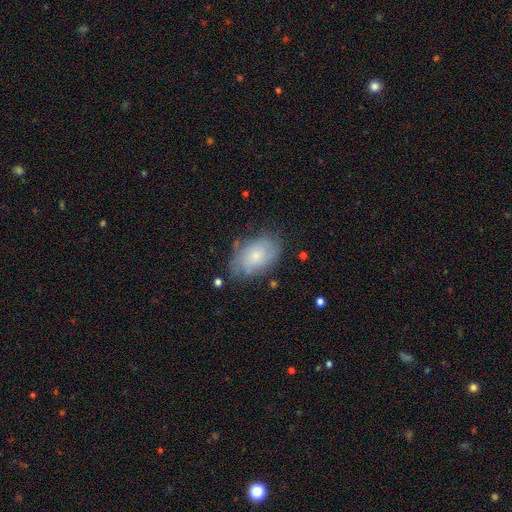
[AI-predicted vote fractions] Q: Smooth or featured?
A: smooth (54%); runner-up: featured or disk (38%)
Q: How rounded?
A: in between (91%); runner-up: round (8%)
Q: Merging?
A: none (68%); runner-up: minor disturbance (23%)